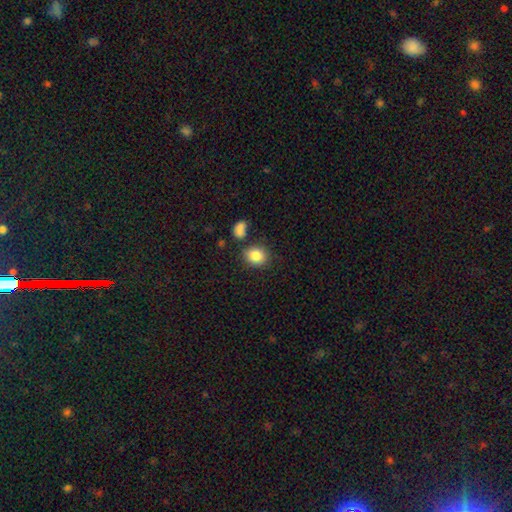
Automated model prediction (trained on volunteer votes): smooth_or_featured: smooth (p=0.86) [alt: star or artifact p=0.09]
how_rounded: round (p=0.56) [alt: in between p=0.43]
merging: none (p=0.74) [alt: minor disturbance p=0.13]